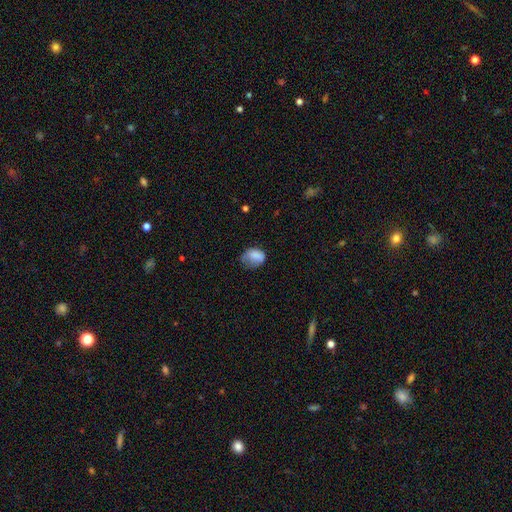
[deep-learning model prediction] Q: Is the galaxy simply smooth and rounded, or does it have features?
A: smooth — 79%.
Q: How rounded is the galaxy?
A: in between — 66%.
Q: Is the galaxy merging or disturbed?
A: none — 39%.